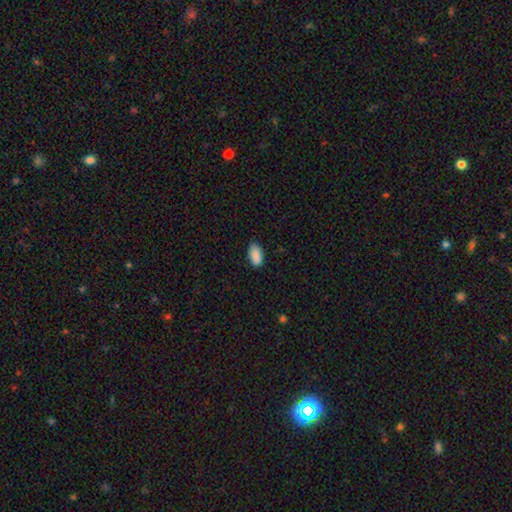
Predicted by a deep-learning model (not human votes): This is clearly a smooth galaxy (90%). How rounded: clearly in between (93%). Merging: clearly none (84%).